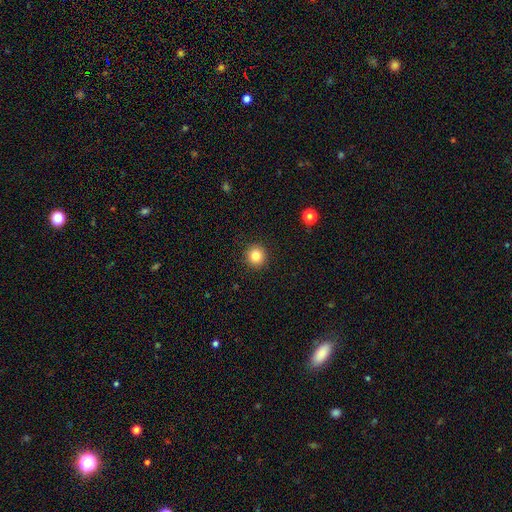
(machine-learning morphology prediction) A smooth galaxy with no disk features (83%) that is round (94%). Merging: none (92%).